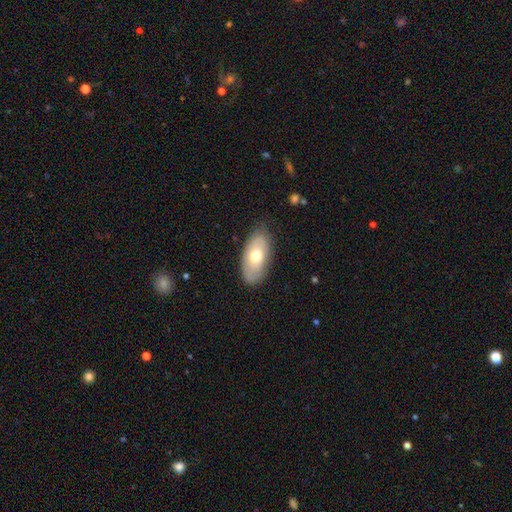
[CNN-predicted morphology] type=smooth (60%); roundness=in between (92%); merging=none (79%).